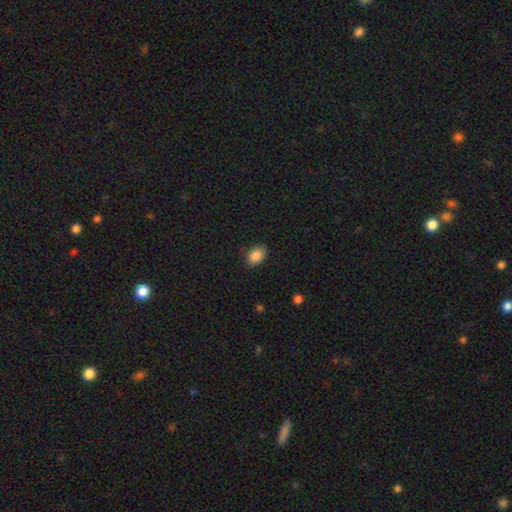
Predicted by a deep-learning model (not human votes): Smooth or featured: smooth — 89% (star or artifact — 8%)
How rounded: in between — 84% (round — 15%)
Merging: none — 85% (minor disturbance — 11%)